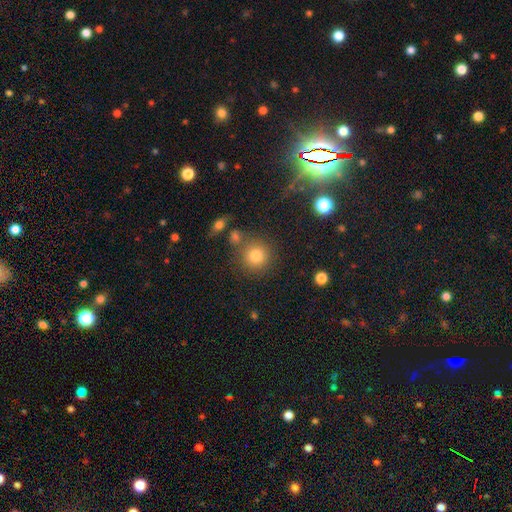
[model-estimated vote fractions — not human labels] Overall: smooth (80%). How rounded: round (92%). Merging: none (77%).